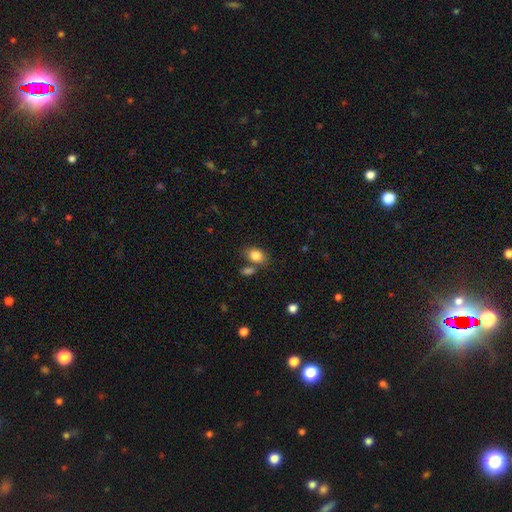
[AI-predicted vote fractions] A smooth galaxy with no disk features (84%) that is in between round and cigar-shaped (79%).

Vote fractions:
- Smooth or featured? smooth: 84% / star or artifact: 9% / featured or disk: 8%
- How rounded? in between: 79% / round: 19% / cigar-shaped: 1%
- Merging? none: 65% / merger: 16% / minor disturbance: 14% / major disturbance: 4%